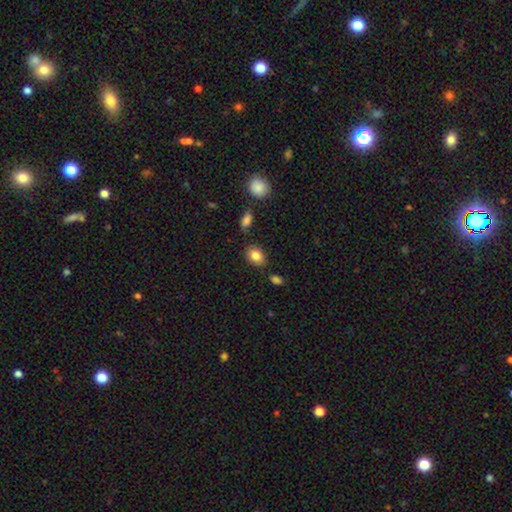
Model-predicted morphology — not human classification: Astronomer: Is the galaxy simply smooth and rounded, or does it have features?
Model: smooth — 84%.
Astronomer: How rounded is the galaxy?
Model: in between — 79%.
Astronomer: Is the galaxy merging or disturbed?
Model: none — 80%.